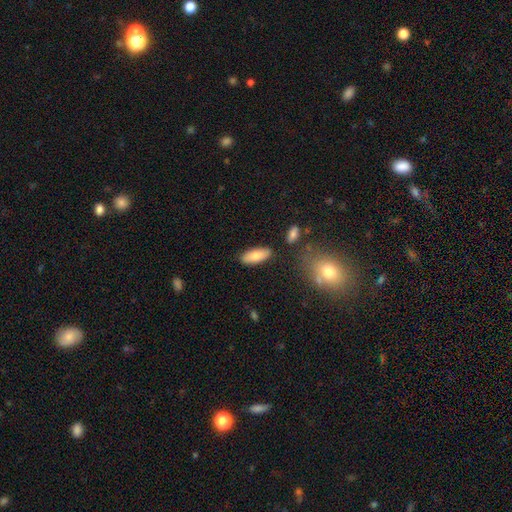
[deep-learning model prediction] A smooth galaxy with no disk features (82%) that is in between round and cigar-shaped (81%). Merging: none (84%).